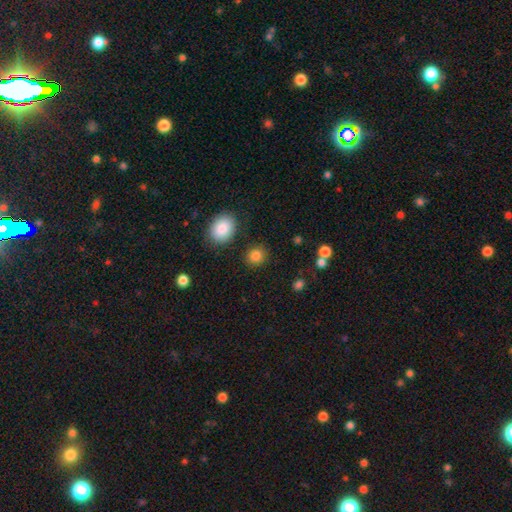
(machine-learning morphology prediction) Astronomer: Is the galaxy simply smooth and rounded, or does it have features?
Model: smooth — 84%.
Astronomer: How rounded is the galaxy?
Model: round — 78%.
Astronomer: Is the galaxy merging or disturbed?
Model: none — 87%.